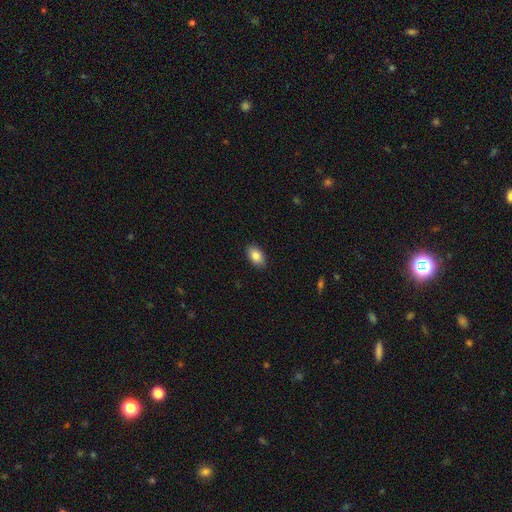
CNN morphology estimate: This is clearly a smooth galaxy (85%). How rounded: clearly in between (92%). Merging: clearly none (89%).